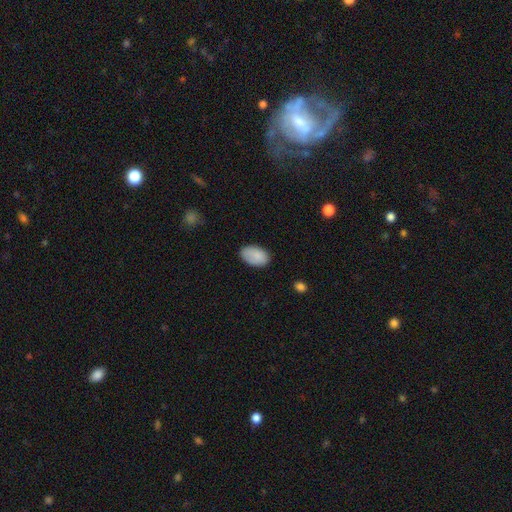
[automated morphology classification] Q: Smooth or featured?
A: smooth (86%); runner-up: featured or disk (8%)
Q: How rounded?
A: in between (93%); runner-up: round (6%)
Q: Merging?
A: none (79%); runner-up: minor disturbance (16%)